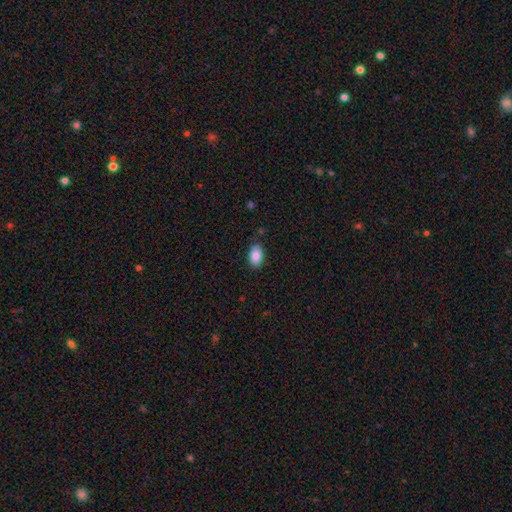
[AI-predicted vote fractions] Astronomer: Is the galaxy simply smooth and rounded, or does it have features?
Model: smooth — 87%.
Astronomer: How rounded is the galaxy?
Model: in between — 91%.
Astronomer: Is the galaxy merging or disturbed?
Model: none — 83%.